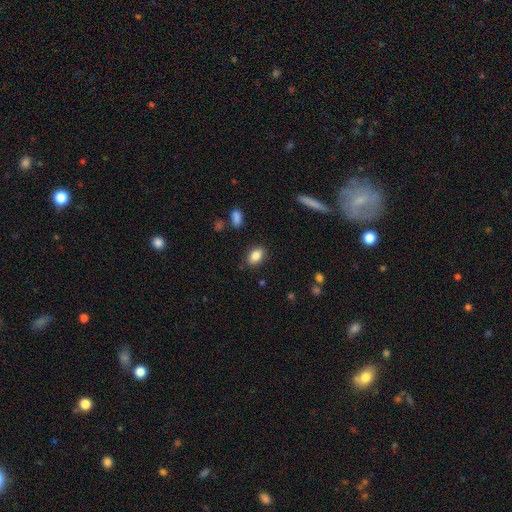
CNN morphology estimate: Q: Smooth or featured?
A: smooth (85%); runner-up: star or artifact (9%)
Q: How rounded?
A: in between (82%); runner-up: round (16%)
Q: Merging?
A: none (86%); runner-up: minor disturbance (10%)